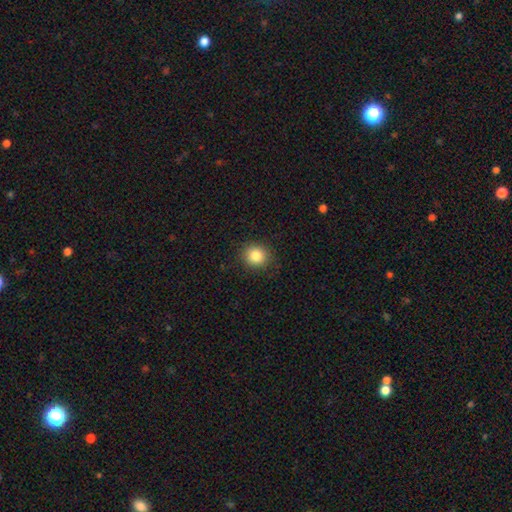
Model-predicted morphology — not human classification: A smooth galaxy with no disk features (85%) that is round (86%). Merging: none (88%).